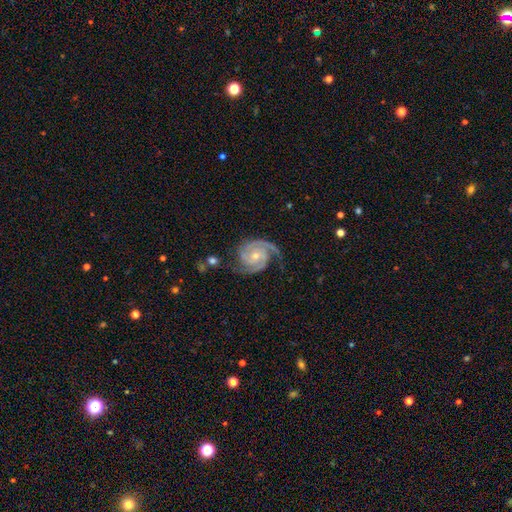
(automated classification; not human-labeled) Smooth or featured: featured or disk — 92% (star or artifact — 4%)
Edge-on disk: no — 98% (yes — 2%)
Bar: no — 67% (weak — 25%)
Spiral arms: yes — 99% (no — 1%)
Spiral winding: tight — 54% (medium — 40%)
Spiral arm count: 2 — 48% (3 — 37%)
Bulge size: small — 60% (moderate — 37%)
Merging: none — 72% (minor disturbance — 18%)